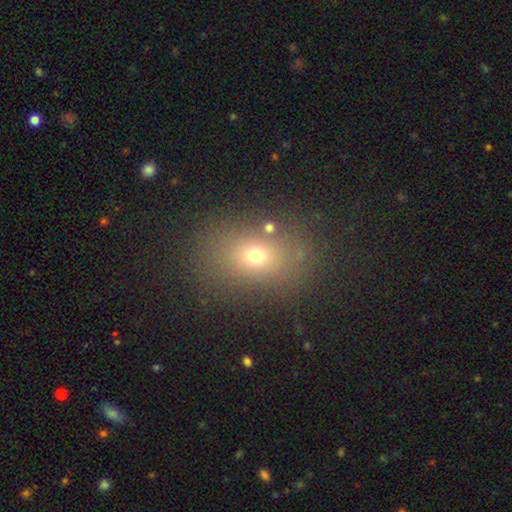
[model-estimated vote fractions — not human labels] Smooth or featured? smooth (67%)
How rounded? in between (62%)
Merging? none (79%)